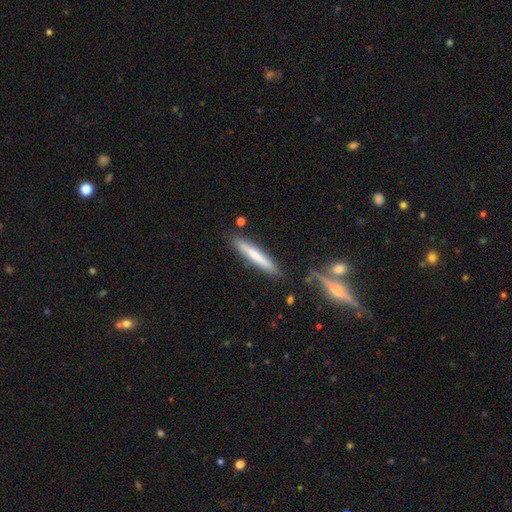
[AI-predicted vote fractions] A smooth galaxy with no disk features (66%) that is cigar-shaped (94%). Merging: none (85%).